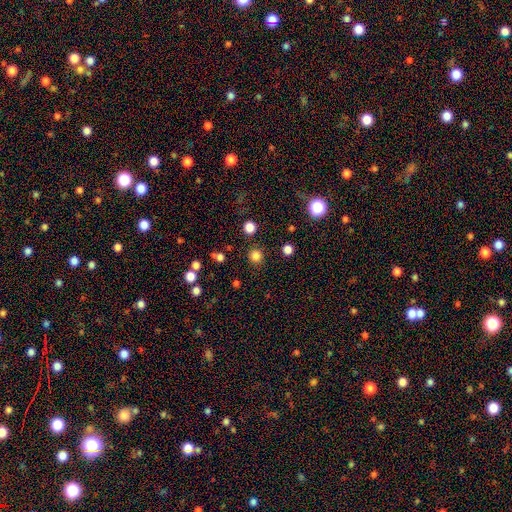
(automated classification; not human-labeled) A smooth galaxy with no disk features (81%) that is round (94%).

Vote fractions:
- Smooth or featured? smooth: 81% / star or artifact: 15% / featured or disk: 4%
- How rounded? round: 94% / in between: 5% / cigar-shaped: 1%
- Merging? none: 89% / minor disturbance: 6% / major disturbance: 3% / merger: 2%